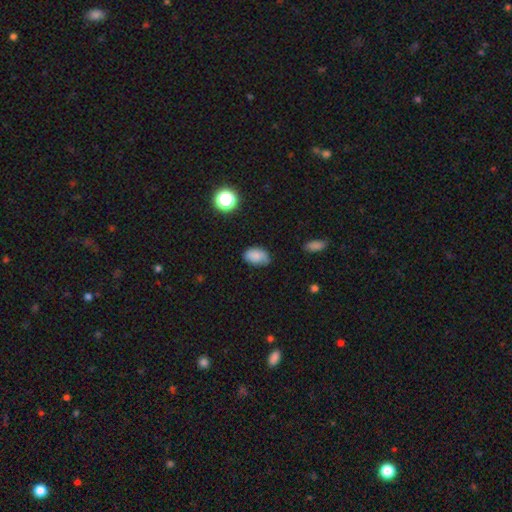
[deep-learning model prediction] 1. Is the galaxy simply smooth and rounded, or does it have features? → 81% smooth, 10% star or artifact, 9% featured or disk.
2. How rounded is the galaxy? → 87% in between, 12% round, 1% cigar-shaped.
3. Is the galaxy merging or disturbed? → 67% none, 26% minor disturbance, 5% major disturbance, 2% merger.